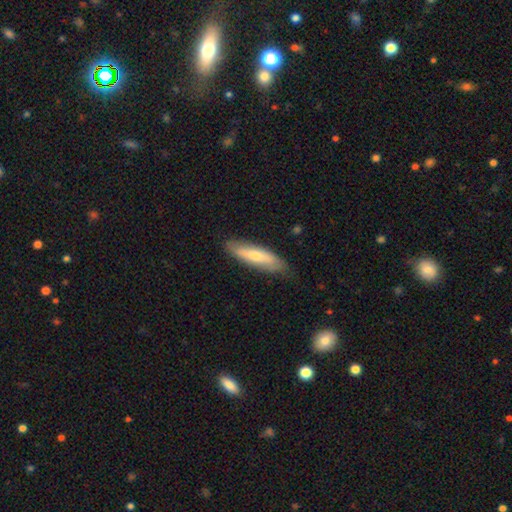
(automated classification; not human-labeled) smooth 62%, featured or disk 33%, star or artifact 5%. Down the decision tree: how rounded — cigar-shaped (65%); merging — none (80%).